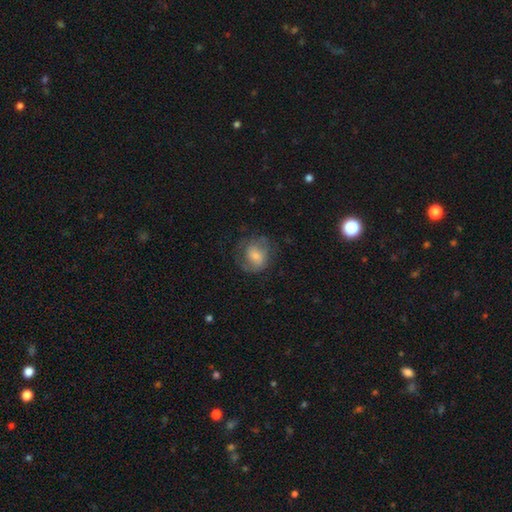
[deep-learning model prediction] smooth-or-featured: smooth: 52% | featured or disk: 40% | star or artifact: 8%
  how-rounded: round: 70% | in between: 29% | cigar-shaped: 1%
  merging: none: 57% | minor disturbance: 23% | major disturbance: 19% | merger: 1%